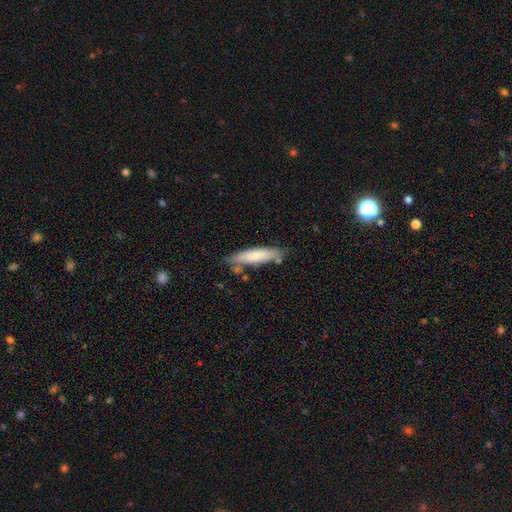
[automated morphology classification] Smooth or featured?
  - smooth: 74% *
  - featured or disk: 20%
  - star or artifact: 6%
How rounded?
  - cigar-shaped: 78% *
  - in between: 21%
  - round: 1%
Merging?
  - none: 70% *
  - minor disturbance: 19%
  - merger: 7%
  - major disturbance: 4%